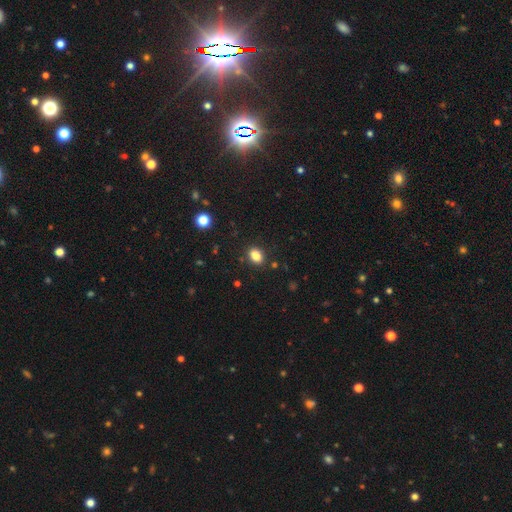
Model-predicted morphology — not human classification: A smooth galaxy with no disk features (84%) that is in between round and cigar-shaped (74%). Merging: none (87%).